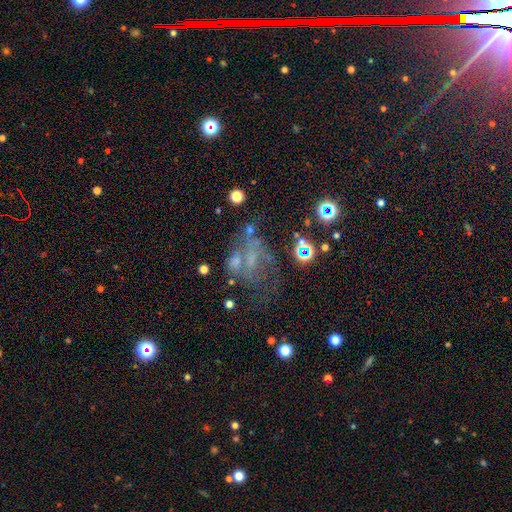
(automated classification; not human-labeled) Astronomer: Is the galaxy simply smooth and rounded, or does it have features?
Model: featured or disk — 42% (runner-up: star or artifact, 36%).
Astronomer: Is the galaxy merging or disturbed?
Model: none — 34% (runner-up: major disturbance, 33%).